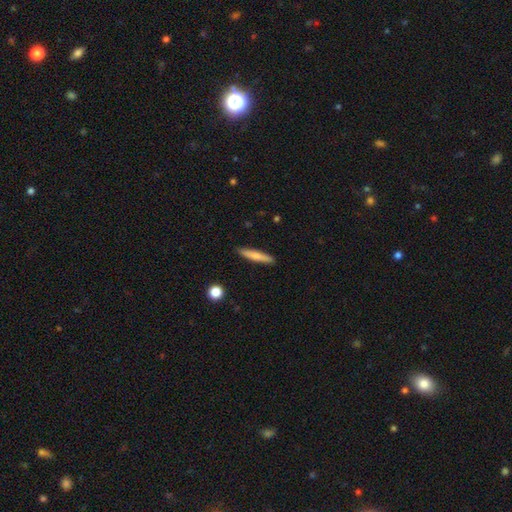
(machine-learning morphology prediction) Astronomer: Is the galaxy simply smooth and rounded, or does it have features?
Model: smooth — 69%.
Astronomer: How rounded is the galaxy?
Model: cigar-shaped — 90%.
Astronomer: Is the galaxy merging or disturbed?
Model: none — 90%.